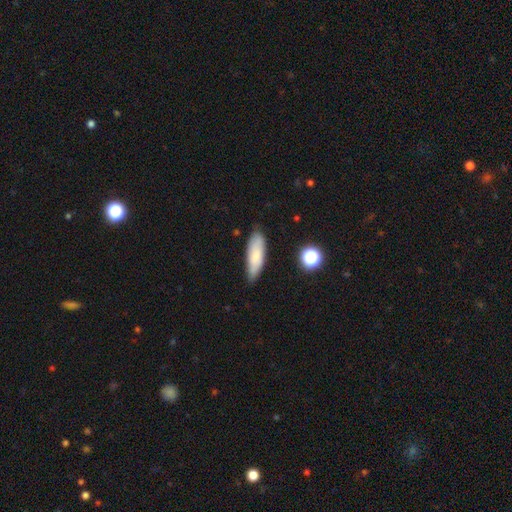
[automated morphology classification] Smooth or featured? Predicted: smooth (p=0.77). How rounded? Predicted: in between (p=0.54). Merging? Predicted: none (p=0.76).